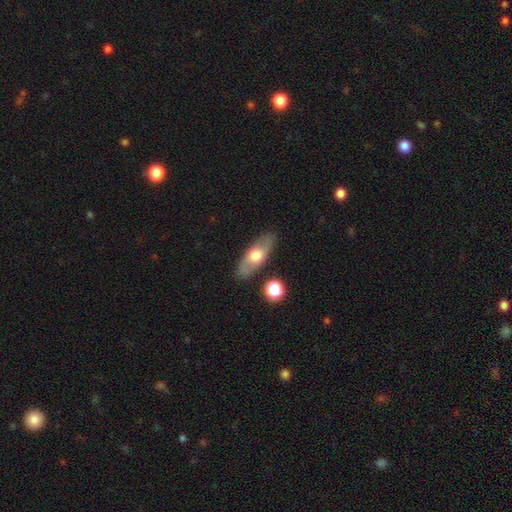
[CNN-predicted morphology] This is possibly a smooth galaxy (52%). How rounded: likely in between (66%). Merging: clearly none (84%).